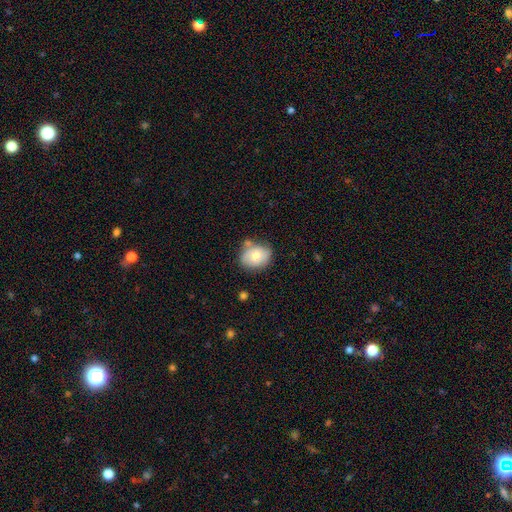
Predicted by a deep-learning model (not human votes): Overall: smooth (68%). How rounded: round (52%; in between 47%). Merging: none (63%).